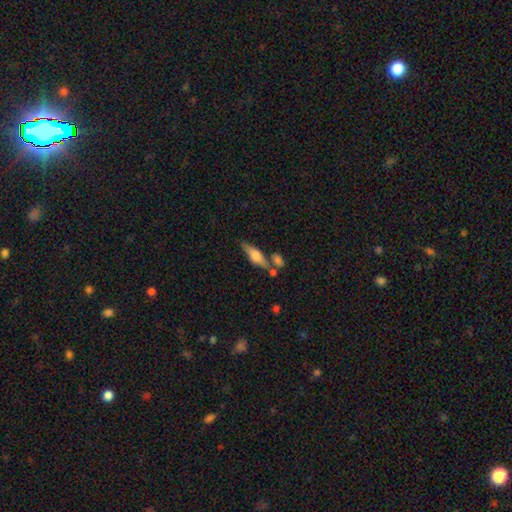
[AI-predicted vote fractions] Morphology: type=smooth (47%); merging=none (63%).